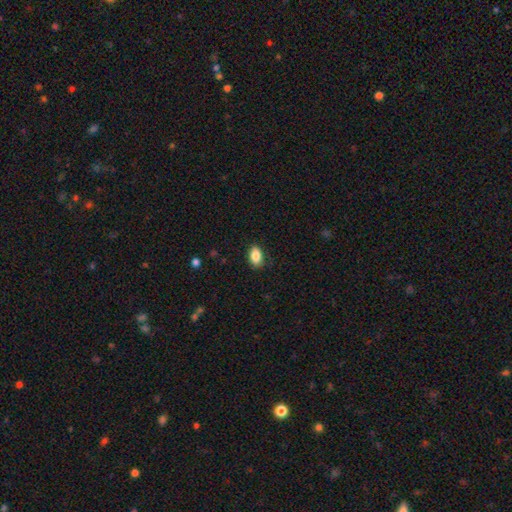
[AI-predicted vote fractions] Overall: smooth (87%). How rounded: in between (89%). Merging: none (87%).